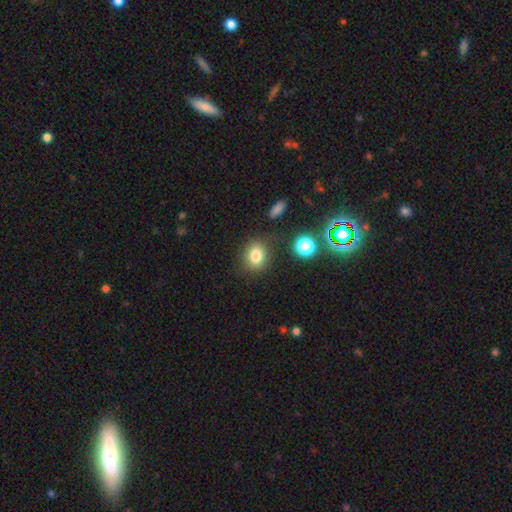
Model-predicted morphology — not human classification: Overall: smooth (80%). How rounded: round (53%; in between 46%). Merging: none (79%).